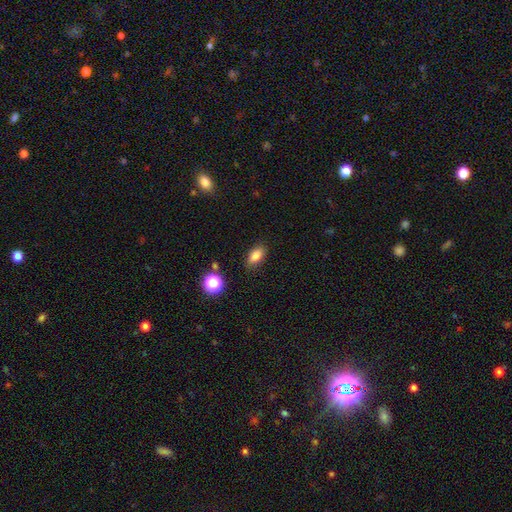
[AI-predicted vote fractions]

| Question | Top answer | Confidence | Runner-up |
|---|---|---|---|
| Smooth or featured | smooth | 82% | star or artifact (11%) |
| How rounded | in between | 85% | round (10%) |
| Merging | none | 86% | minor disturbance (10%) |